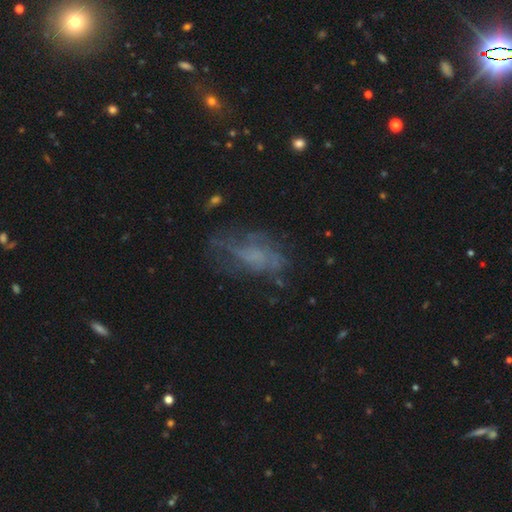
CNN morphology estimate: featured or disk 48%, smooth 35%, star or artifact 17%. Down the decision tree: merging — none (51%).